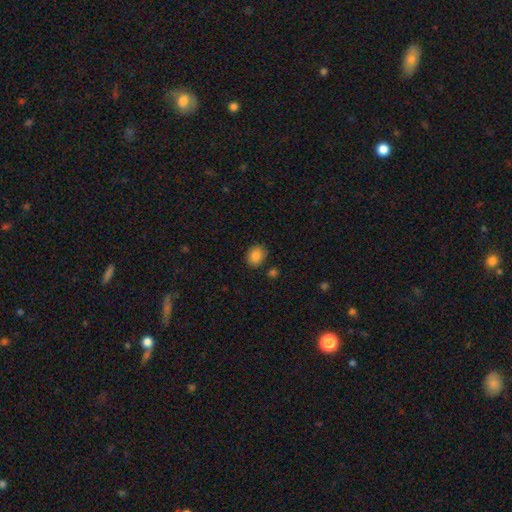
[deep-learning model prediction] A smooth galaxy with no disk features (86%) that is round (50%).

Vote fractions:
- Smooth or featured? smooth: 86% / star or artifact: 9% / featured or disk: 6%
- How rounded? round: 50% / in between: 49% / cigar-shaped: 1%
- Merging? none: 83% / minor disturbance: 11% / merger: 3% / major disturbance: 3%